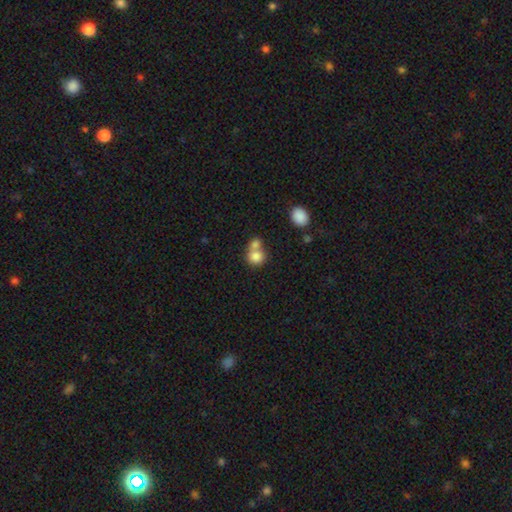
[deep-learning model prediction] Smooth or featured?
  - smooth: 81% *
  - featured or disk: 10%
  - star or artifact: 9%
How rounded?
  - round: 79% *
  - in between: 20%
  - cigar-shaped: 1%
Merging?
  - merger: 55% *
  - none: 35%
  - minor disturbance: 7%
  - major disturbance: 3%